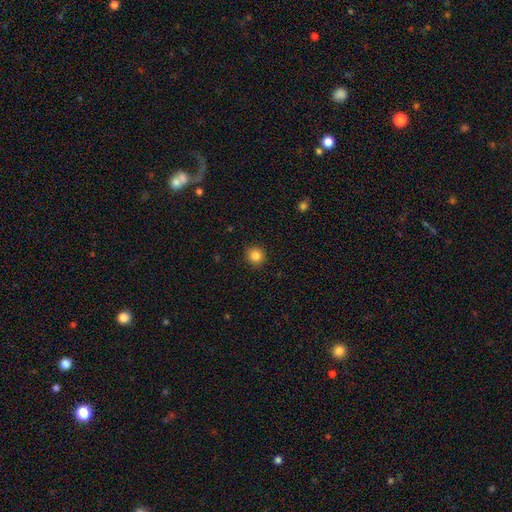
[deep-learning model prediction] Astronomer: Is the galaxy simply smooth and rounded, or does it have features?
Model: smooth — 85%.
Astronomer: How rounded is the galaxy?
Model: round — 92%.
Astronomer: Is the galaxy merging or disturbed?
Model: none — 90%.